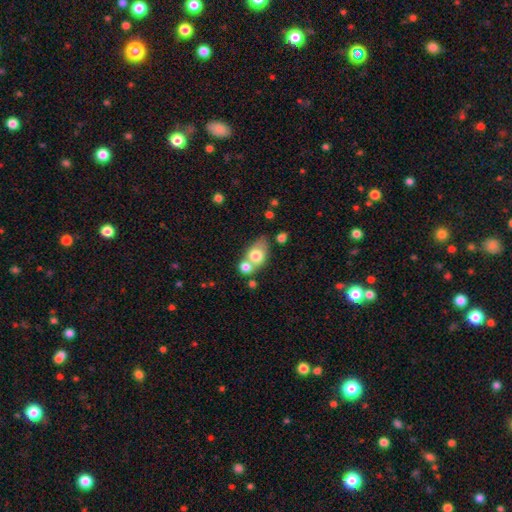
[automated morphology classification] smooth 72%, featured or disk 19%, star or artifact 8%. Down the decision tree: how rounded — in between (69%); merging — merger (51%).